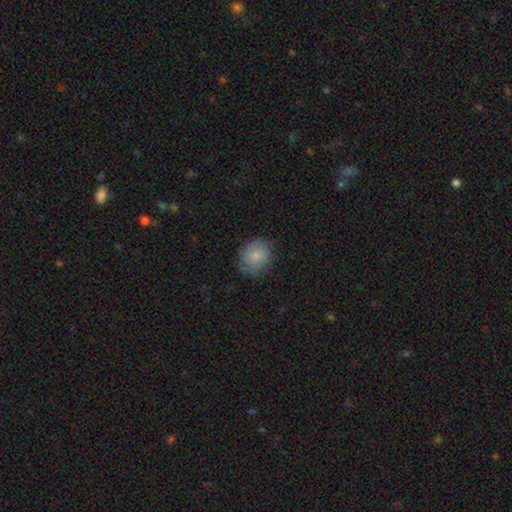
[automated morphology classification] Smooth or featured? Predicted: smooth (p=0.77). How rounded? Predicted: round (p=0.75). Merging? Predicted: none (p=0.71).